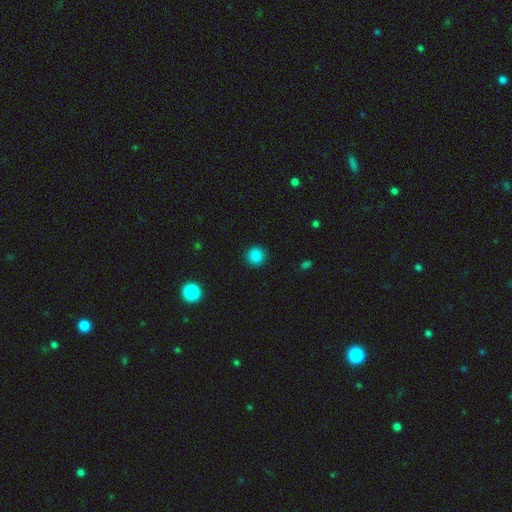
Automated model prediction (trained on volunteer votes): The model was most divided on "smooth or featured": smooth: 87%, star or artifact: 11%, featured or disk: 3%. More confident: how rounded — round (93%); merging — none (92%).